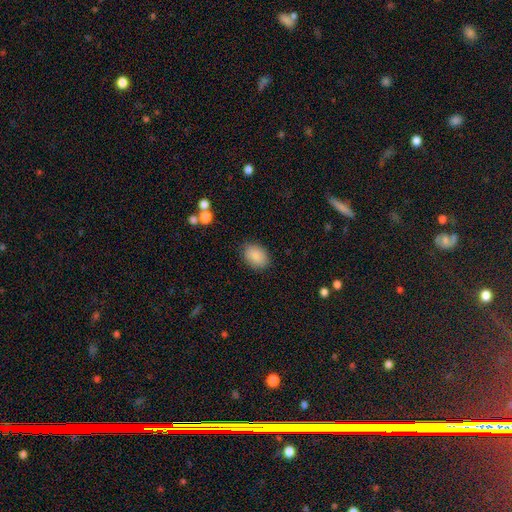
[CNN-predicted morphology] Q: Smooth or featured?
A: smooth (86%); runner-up: star or artifact (8%)
Q: How rounded?
A: in between (75%); runner-up: round (24%)
Q: Merging?
A: none (85%); runner-up: minor disturbance (11%)